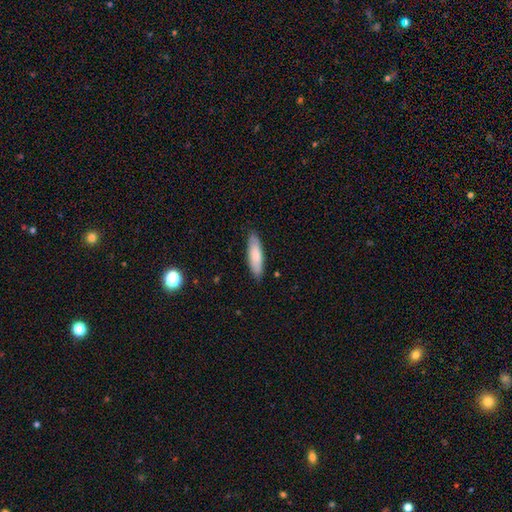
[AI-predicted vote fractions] This is likely a smooth galaxy (78%). How rounded: possibly cigar-shaped (54%). Merging: clearly none (87%).